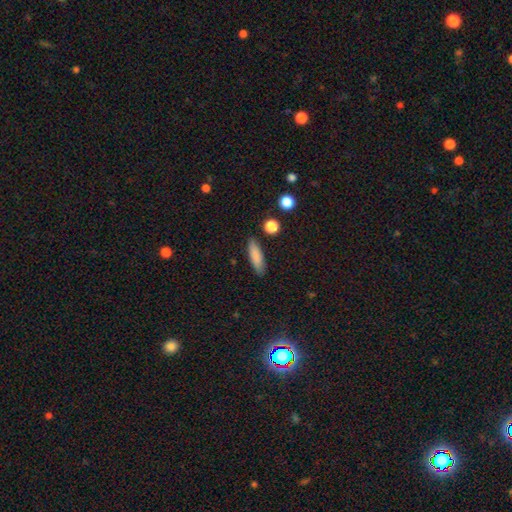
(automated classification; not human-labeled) This appears to be a smooth galaxy with no disk features (84%) that is cigar-shaped (62%). Merging: none (87%).